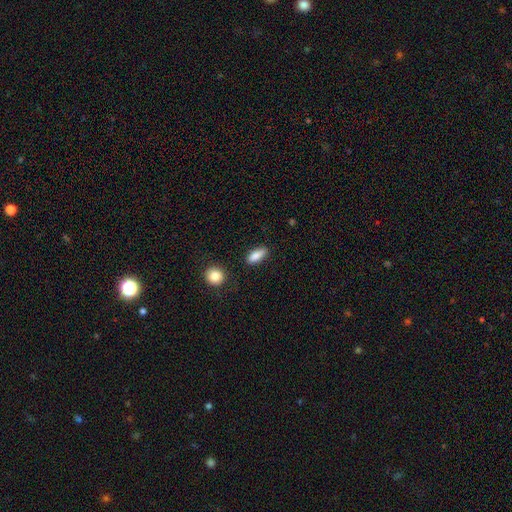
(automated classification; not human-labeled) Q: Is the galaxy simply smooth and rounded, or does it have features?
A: smooth — 85%.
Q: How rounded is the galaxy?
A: in between — 72%.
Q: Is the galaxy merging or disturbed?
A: none — 81%.